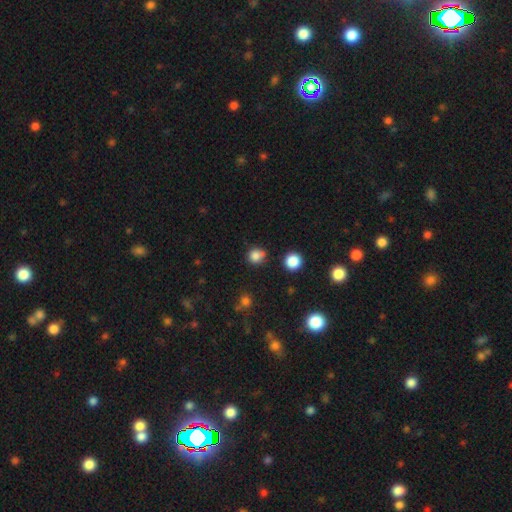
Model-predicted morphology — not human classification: A smooth galaxy with no disk features (80%) that is round (83%). Merging: none (64%).